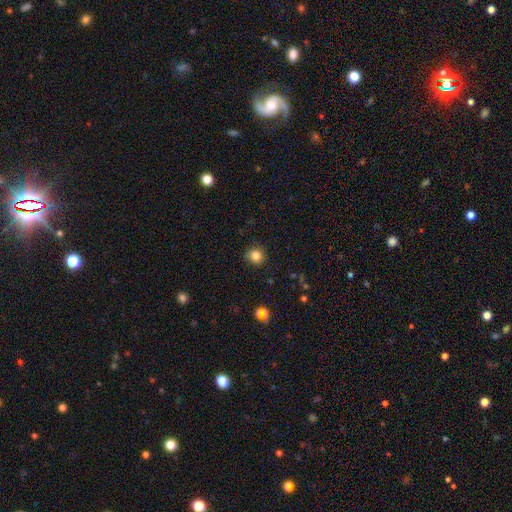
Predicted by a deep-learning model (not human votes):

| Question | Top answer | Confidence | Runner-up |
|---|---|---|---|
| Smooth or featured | smooth | 83% | star or artifact (12%) |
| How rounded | round | 91% | in between (8%) |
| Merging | none | 86% | minor disturbance (10%) |